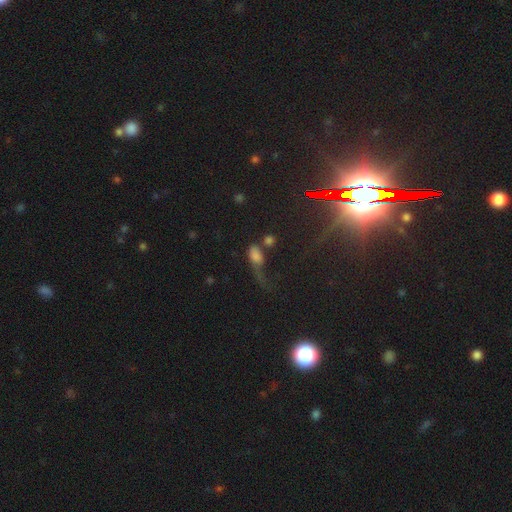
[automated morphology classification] A smooth galaxy with no disk features (69%) that is in between round and cigar-shaped (77%).

Vote fractions:
- Smooth or featured? smooth: 69% / featured or disk: 16% / star or artifact: 15%
- How rounded? in between: 77% / round: 15% / cigar-shaped: 8%
- Merging? major disturbance: 41% / none: 21% / merger: 20% / minor disturbance: 17%